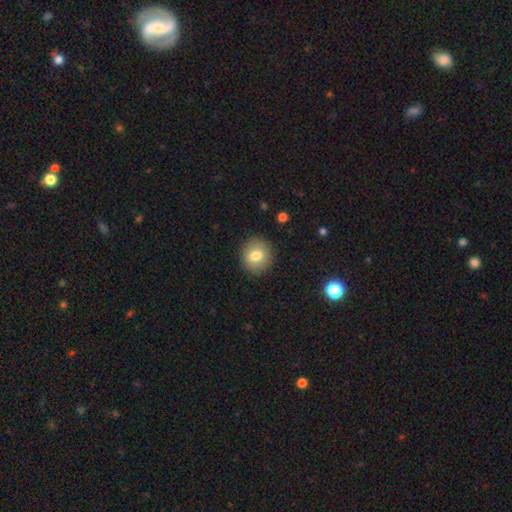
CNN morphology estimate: type=smooth (78%); roundness=round (83%); merging=none (88%).